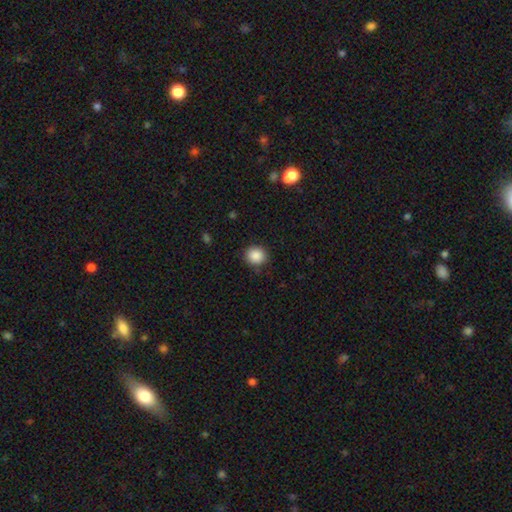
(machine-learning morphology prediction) smooth 87%, star or artifact 9%, featured or disk 3%. Down the decision tree: how rounded — round (86%); merging — none (86%).